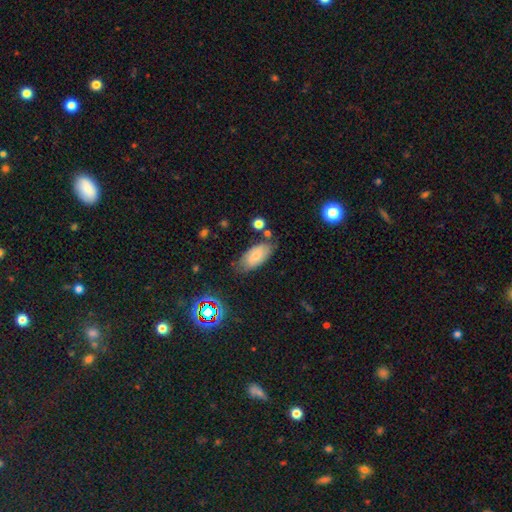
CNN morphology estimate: The model was most divided on "smooth or featured": smooth: 69%, featured or disk: 22%, star or artifact: 9%. More confident: how rounded — in between (91%); merging — none (71%).